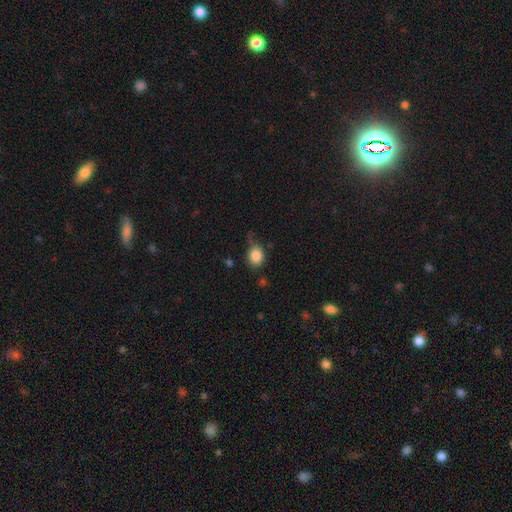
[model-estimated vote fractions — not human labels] Q: Smooth or featured?
A: smooth (85%); runner-up: star or artifact (10%)
Q: How rounded?
A: round (62%); runner-up: in between (37%)
Q: Merging?
A: none (63%); runner-up: minor disturbance (26%)